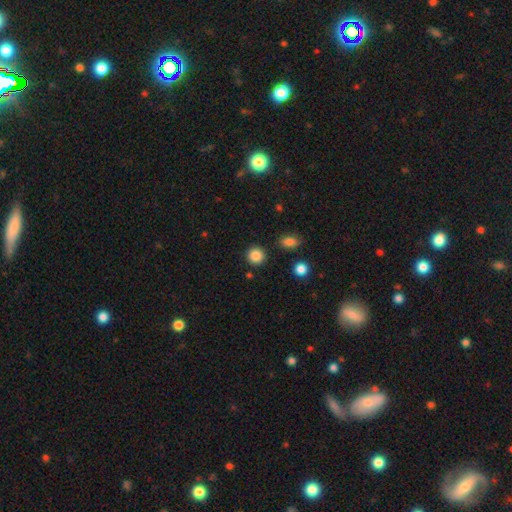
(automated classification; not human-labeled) smooth 86%, star or artifact 10%, featured or disk 4%. Down the decision tree: how rounded — round (93%); merging — none (89%).